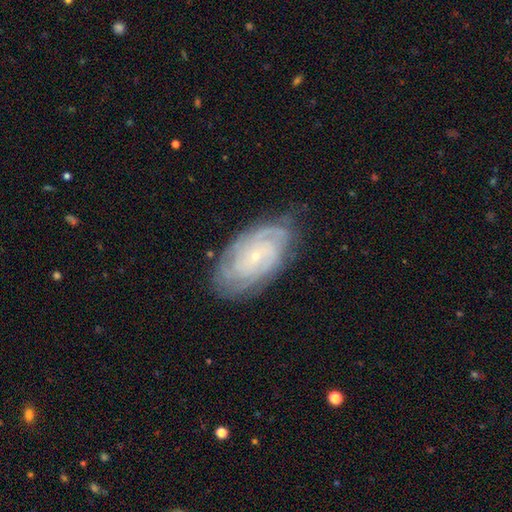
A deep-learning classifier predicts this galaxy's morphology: Smooth or featured? Predicted: featured or disk (p=0.83). Edge-on disk? Predicted: no (p=0.95). Bar? Predicted: no (p=0.78). Spiral arms? Predicted: yes (p=0.96). Spiral winding? Predicted: tight (p=0.77). Spiral arm count? Predicted: can't tell (p=0.35). Bulge size? Predicted: small (p=0.84). Merging? Predicted: none (p=0.77).